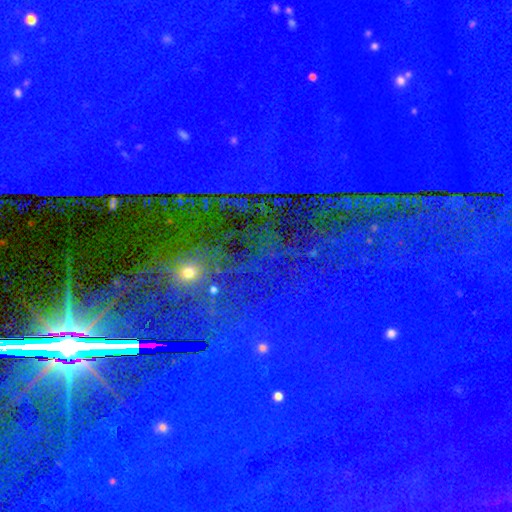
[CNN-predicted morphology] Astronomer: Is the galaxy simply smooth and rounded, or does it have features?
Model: star or artifact — 81%.